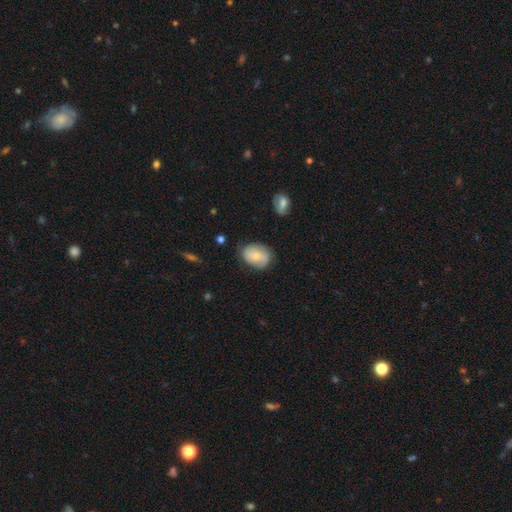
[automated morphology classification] Q: Smooth or featured?
A: smooth (69%); runner-up: featured or disk (24%)
Q: How rounded?
A: in between (69%); runner-up: round (30%)
Q: Merging?
A: none (72%); runner-up: minor disturbance (21%)